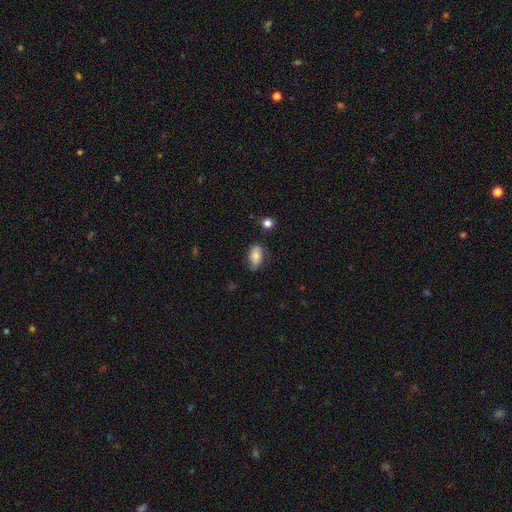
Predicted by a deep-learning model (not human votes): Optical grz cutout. It shows a smooth galaxy with no disk features (75%) that is in between round and cigar-shaped (90%). Merging: none (69%).